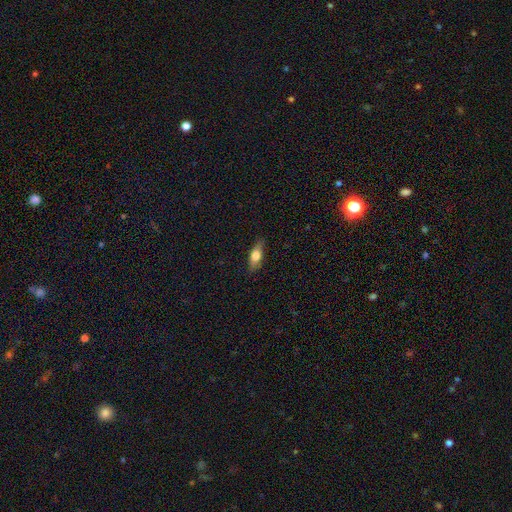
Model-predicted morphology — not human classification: smooth-or-featured: smooth: 62% | featured or disk: 32% | star or artifact: 7%
  how-rounded: in between: 64% | cigar-shaped: 32% | round: 4%
  merging: none: 84% | minor disturbance: 12% | major disturbance: 3% | merger: 1%